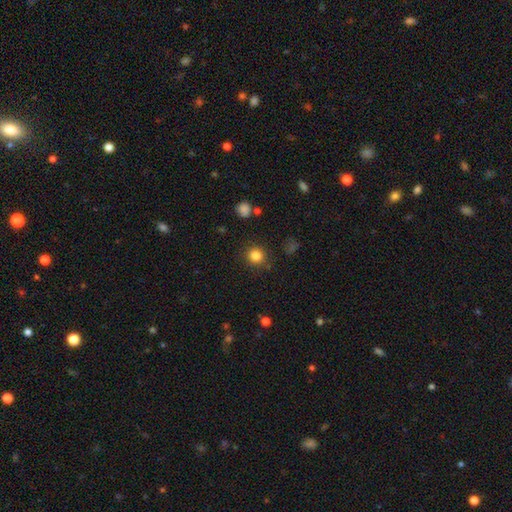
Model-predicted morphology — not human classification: type=smooth (83%); roundness=round (92%); merging=none (88%).